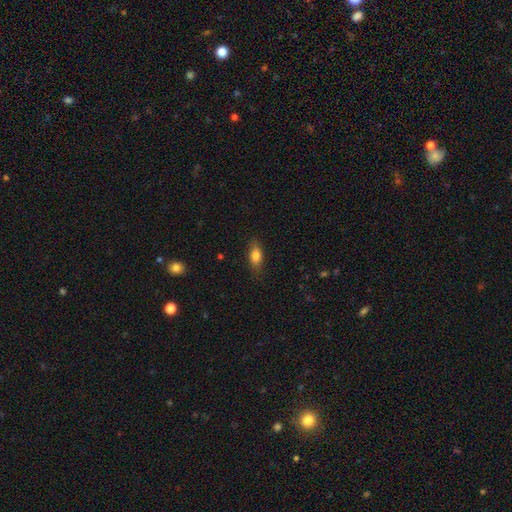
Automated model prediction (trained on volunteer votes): smooth 80%, featured or disk 12%, star or artifact 8%. Down the decision tree: how rounded — in between (79%); merging — none (83%).